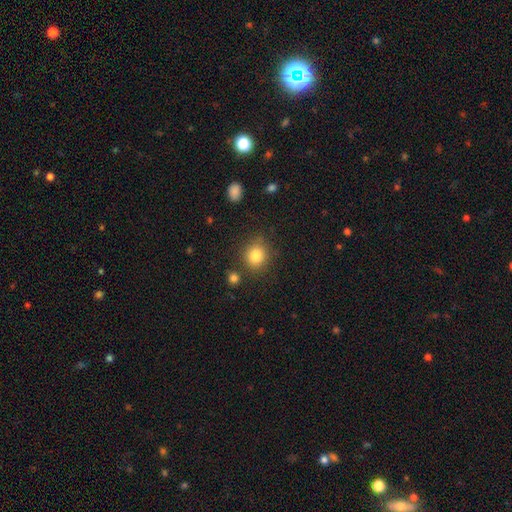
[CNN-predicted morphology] type=smooth (83%); roundness=round (82%); merging=none (82%).